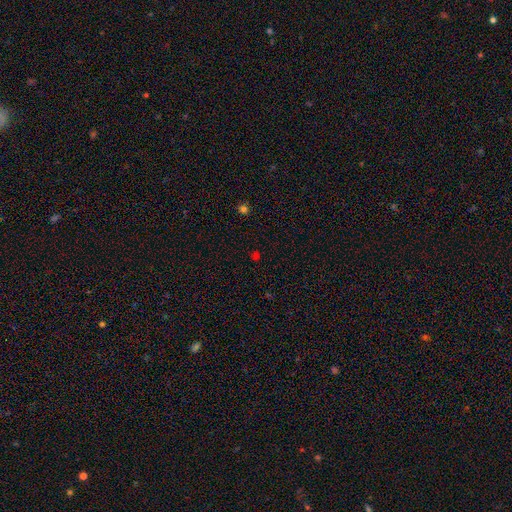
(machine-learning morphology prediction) Q: Smooth or featured?
A: star or artifact (48%); runner-up: smooth (46%)